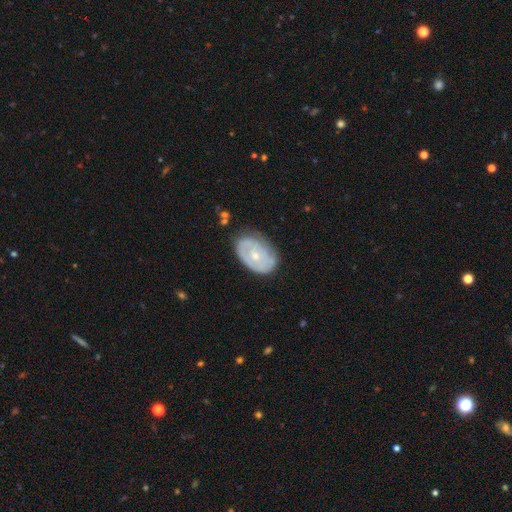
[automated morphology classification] Smooth or featured?
  - featured or disk: 61% *
  - smooth: 33%
  - star or artifact: 6%
Edge-on disk?
  - no: 95% *
  - yes: 5%
Bar?
  - no: 83% *
  - weak: 14%
  - strong: 3%
Spiral arms?
  - yes: 56% *
  - no: 44%
Bulge size?
  - small: 60% *
  - moderate: 36%
  - large: 1%
  - none: 1%
  - dominant: 1%
Merging?
  - none: 70% *
  - minor disturbance: 22%
  - major disturbance: 6%
  - merger: 2%